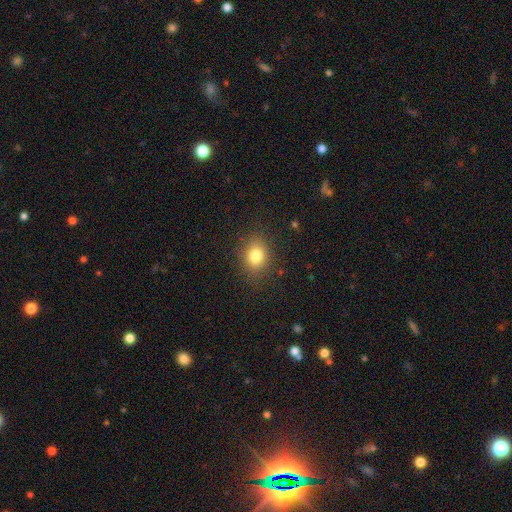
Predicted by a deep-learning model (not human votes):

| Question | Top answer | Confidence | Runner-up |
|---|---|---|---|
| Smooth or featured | smooth | 80% | star or artifact (12%) |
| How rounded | round | 52% | in between (47%) |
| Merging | none | 86% | minor disturbance (10%) |